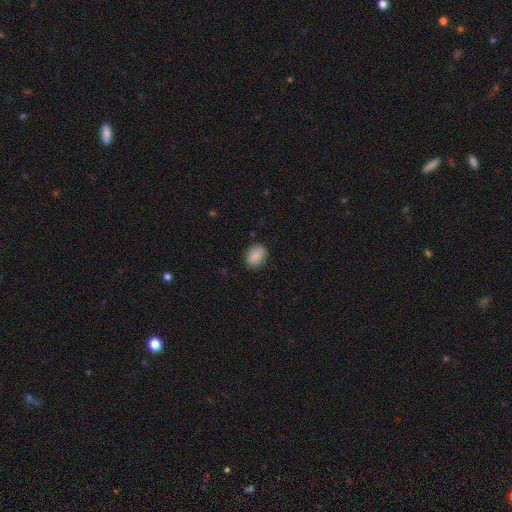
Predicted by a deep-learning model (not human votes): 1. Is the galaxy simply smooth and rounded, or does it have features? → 89% smooth, 8% star or artifact, 3% featured or disk.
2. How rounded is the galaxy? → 75% in between, 24% round, 1% cigar-shaped.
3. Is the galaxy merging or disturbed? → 85% none, 12% minor disturbance, 3% major disturbance, 1% merger.